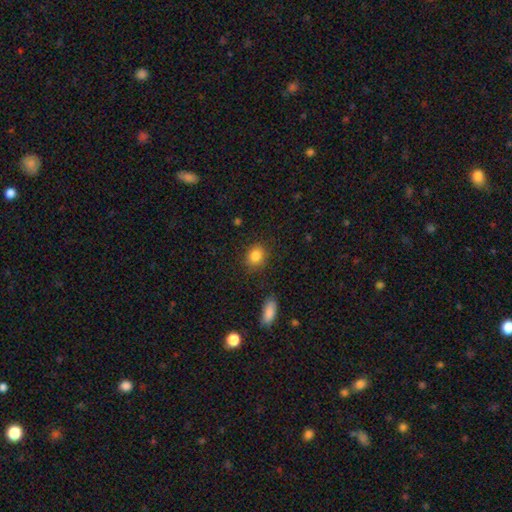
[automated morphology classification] Smooth or featured? Predicted: smooth (p=0.85). How rounded? Predicted: round (p=0.58). Merging? Predicted: none (p=0.84).